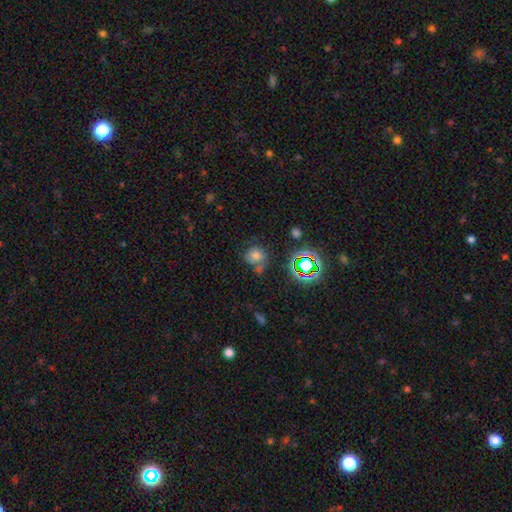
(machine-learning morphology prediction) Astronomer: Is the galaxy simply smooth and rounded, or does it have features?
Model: smooth — 66%.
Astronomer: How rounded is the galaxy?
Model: round — 82%.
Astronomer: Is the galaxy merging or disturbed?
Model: none — 53%.